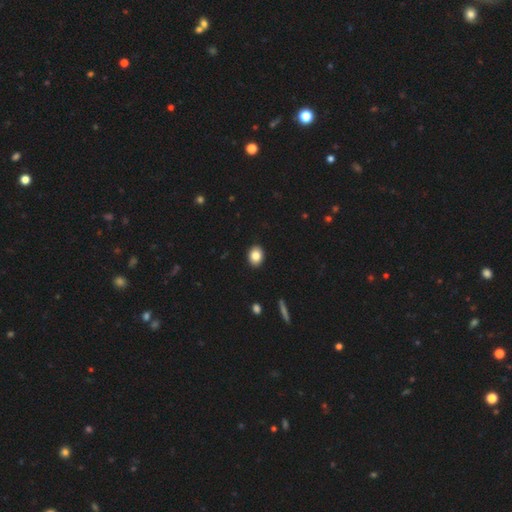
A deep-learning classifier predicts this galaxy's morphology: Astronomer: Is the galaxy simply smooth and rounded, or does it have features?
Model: smooth — 85%.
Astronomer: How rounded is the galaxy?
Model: in between — 59% (runner-up: round, 40%).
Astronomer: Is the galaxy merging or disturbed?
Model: none — 91%.